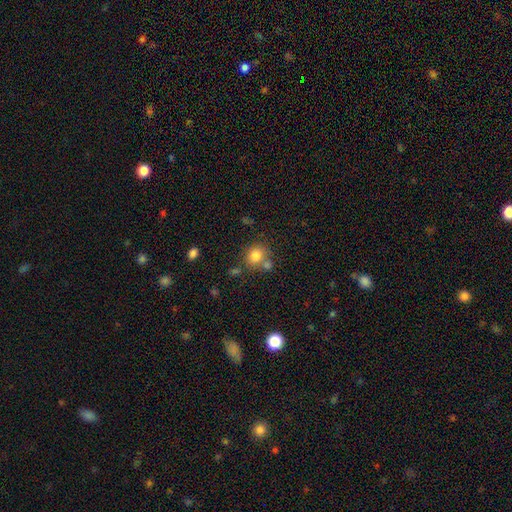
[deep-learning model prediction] This appears to be a smooth galaxy with no disk features (80%) that is round (71%). Merging: none (61%).